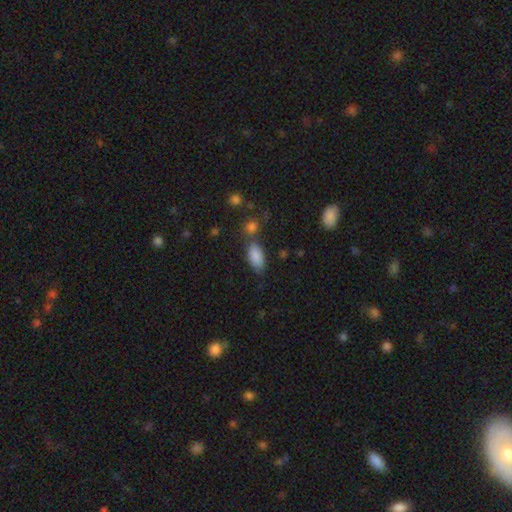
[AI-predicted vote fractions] This appears to be a smooth galaxy with no disk features (87%) that is in between round and cigar-shaped (91%). Merging: none (65%).